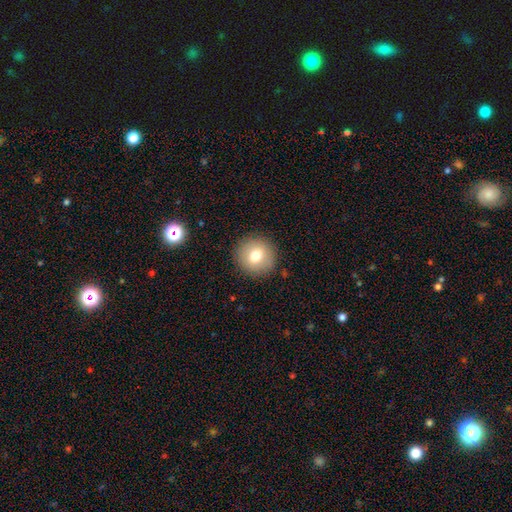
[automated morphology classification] Smooth or featured?
  - smooth: 74% *
  - featured or disk: 16%
  - star or artifact: 9%
How rounded?
  - round: 93% *
  - in between: 6%
  - cigar-shaped: 1%
Merging?
  - none: 90% *
  - minor disturbance: 7%
  - major disturbance: 2%
  - merger: 1%